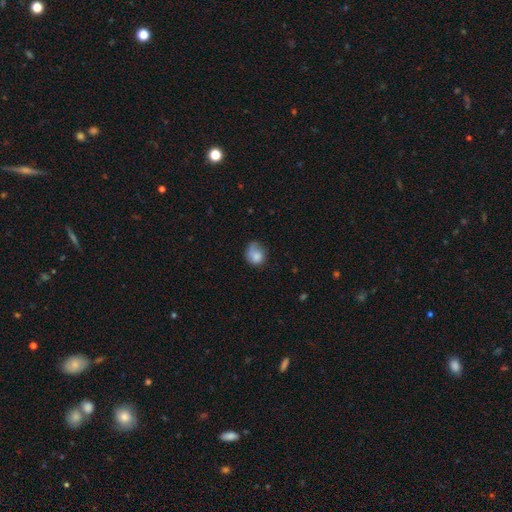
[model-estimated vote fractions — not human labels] Overall: smooth (78%). How rounded: round (59%; in between 40%). Merging: none (44%; minor disturbance 35%).